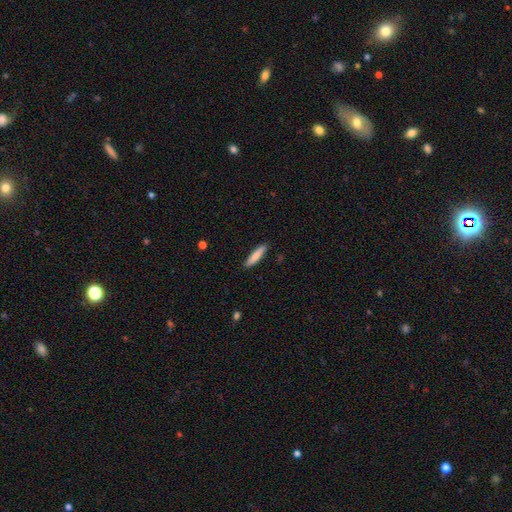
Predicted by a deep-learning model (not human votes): This appears to be a smooth galaxy with no disk features (82%) that is cigar-shaped (86%). Merging: none (89%).